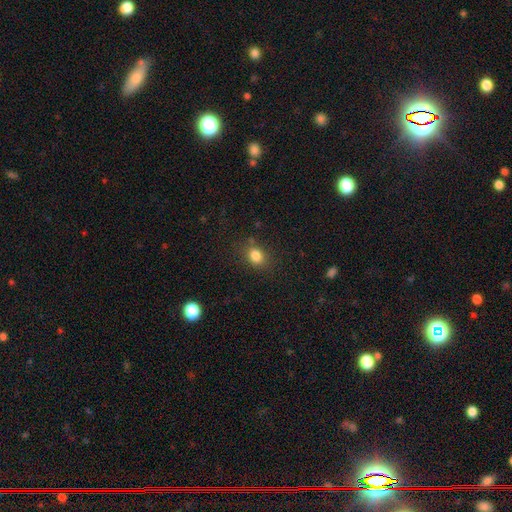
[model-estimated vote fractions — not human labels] Smooth or featured? smooth (83%)
How rounded? in between (56%)
Merging? none (78%)